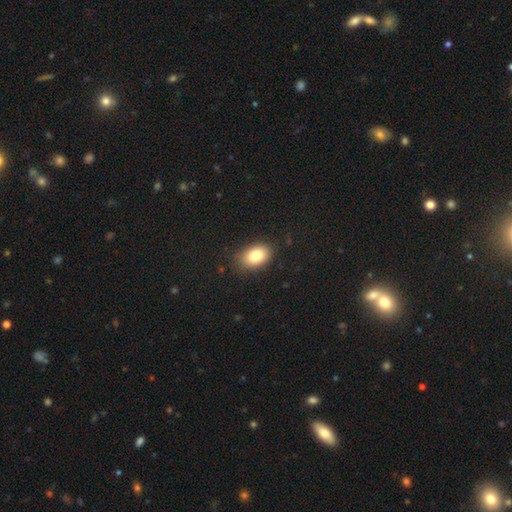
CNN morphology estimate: A smooth galaxy with no disk features (84%) that is in between round and cigar-shaped (87%). Merging: none (85%).